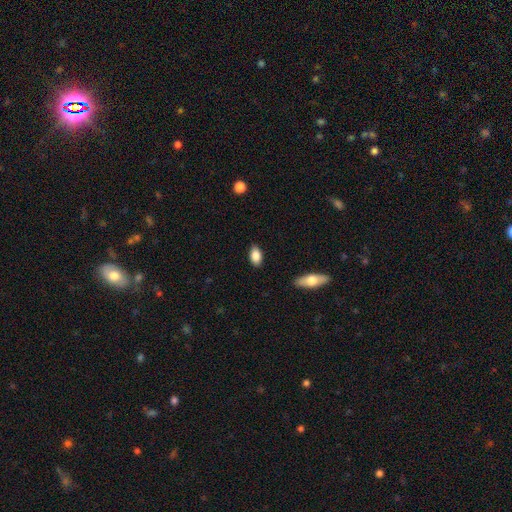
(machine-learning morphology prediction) The model was most divided on "merging": none: 86%, minor disturbance: 10%, major disturbance: 2%, merger: 1%. More confident: how rounded — in between (91%); smooth or featured — smooth (85%).